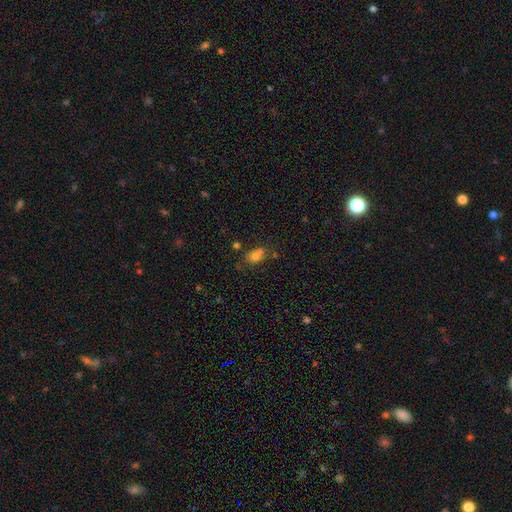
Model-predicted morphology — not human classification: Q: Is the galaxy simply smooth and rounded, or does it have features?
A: smooth — 77%.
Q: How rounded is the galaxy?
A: in between — 74%.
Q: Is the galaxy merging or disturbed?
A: none — 59%.